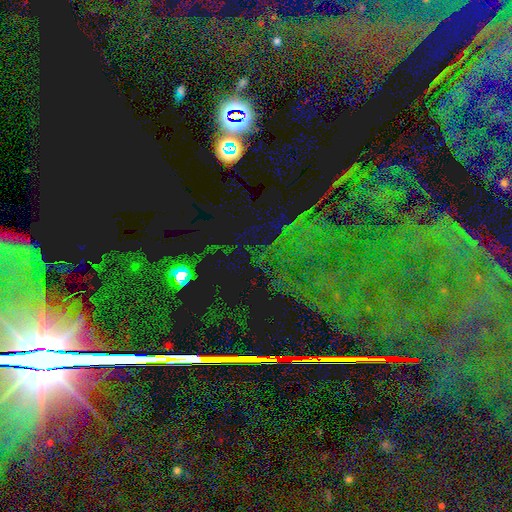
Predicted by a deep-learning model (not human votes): A star or artifact, not a galaxy (81%).